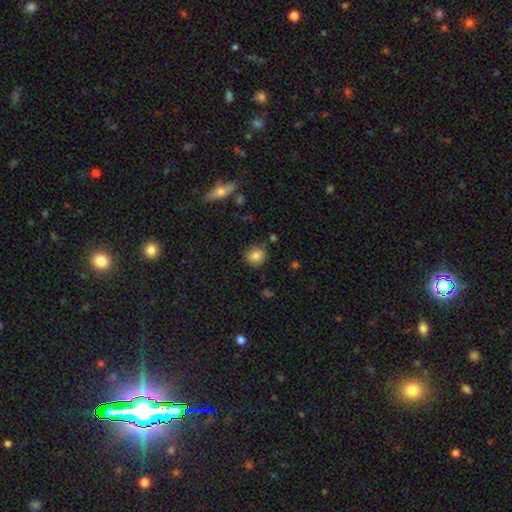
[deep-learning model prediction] Morphology: type=smooth (83%); roundness=round (82%); merging=none (82%).